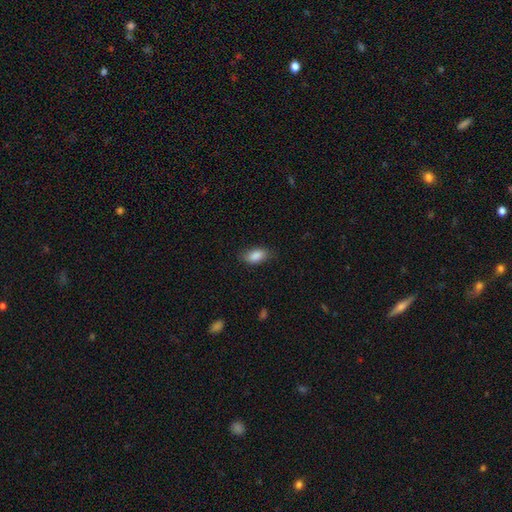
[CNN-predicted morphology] A smooth galaxy with no disk features (87%) that is in between round and cigar-shaped (91%). Merging: none (79%).